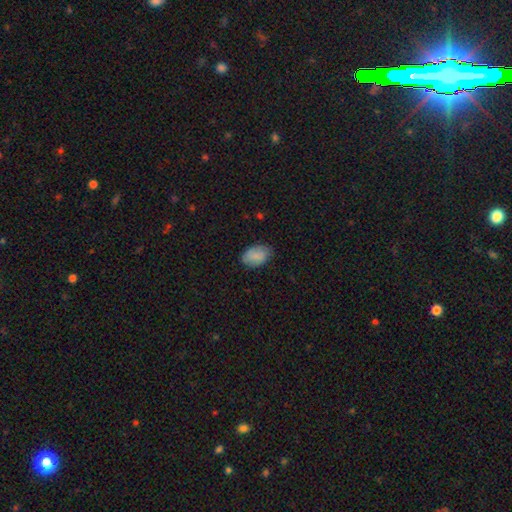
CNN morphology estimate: Q: Smooth or featured?
A: smooth (84%); runner-up: featured or disk (9%)
Q: How rounded?
A: in between (88%); runner-up: round (10%)
Q: Merging?
A: none (76%); runner-up: minor disturbance (20%)